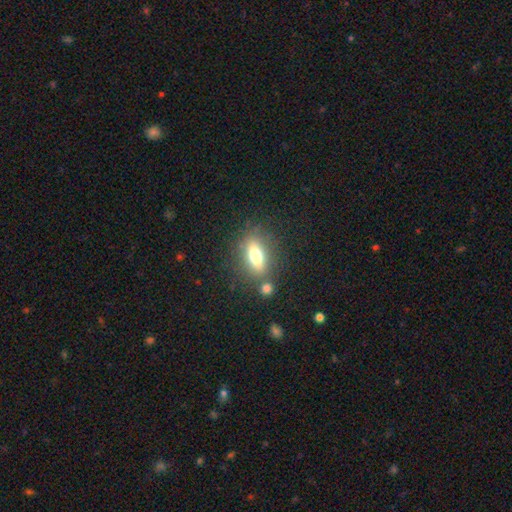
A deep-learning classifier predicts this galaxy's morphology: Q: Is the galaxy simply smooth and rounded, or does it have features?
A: smooth — 69%.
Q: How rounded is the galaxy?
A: in between — 73%.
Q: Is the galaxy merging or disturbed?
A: none — 71%.